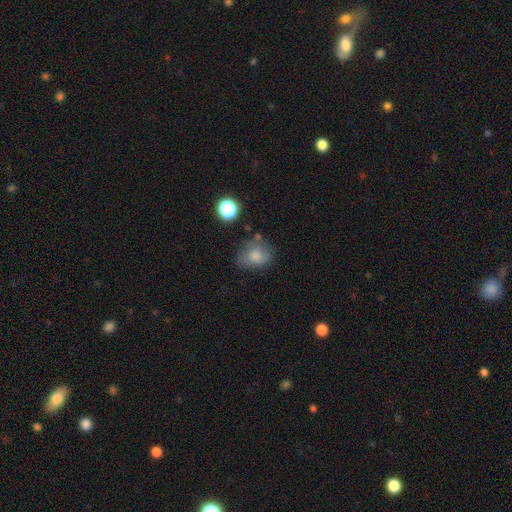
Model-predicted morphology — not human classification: type=smooth (75%); roundness=in between (50%); merging=none (52%).